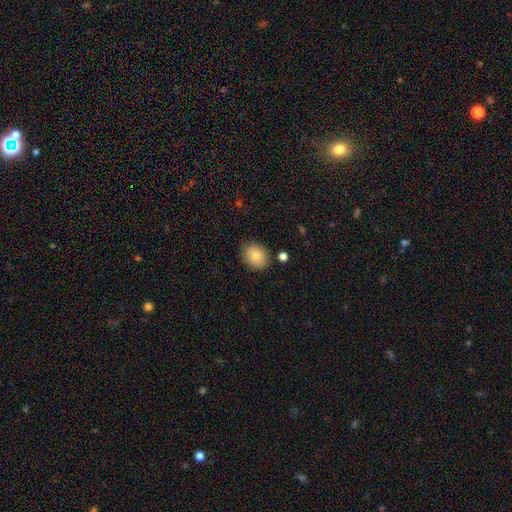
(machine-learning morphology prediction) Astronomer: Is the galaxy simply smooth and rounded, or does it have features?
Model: smooth — 82%.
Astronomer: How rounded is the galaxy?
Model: round — 54% (runner-up: in between, 45%).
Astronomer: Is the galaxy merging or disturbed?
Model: none — 83%.